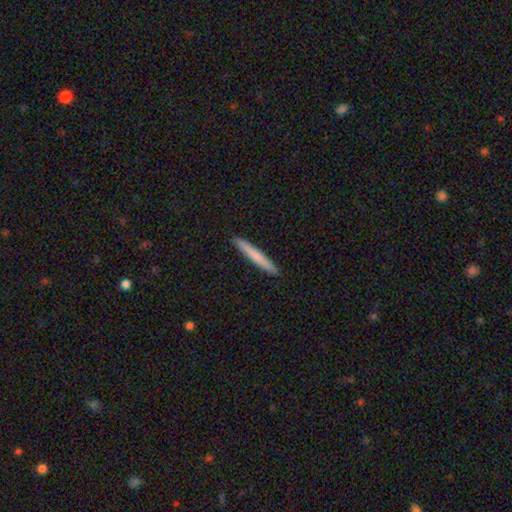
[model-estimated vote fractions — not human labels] Smooth or featured? Predicted: smooth (p=0.71). How rounded? Predicted: cigar-shaped (p=0.96). Merging? Predicted: none (p=0.93).